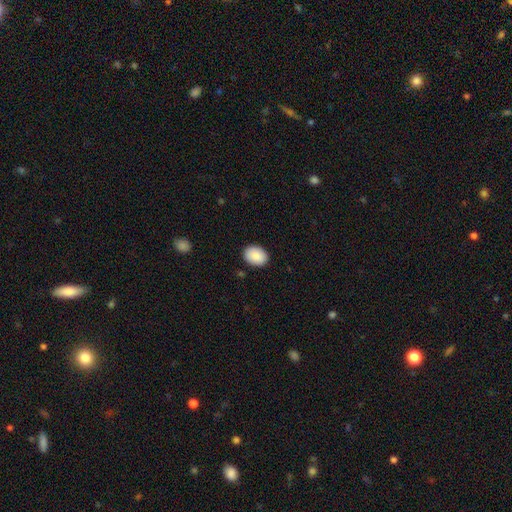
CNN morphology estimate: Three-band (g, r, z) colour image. It shows a smooth galaxy with no disk features (89%) that is in between round and cigar-shaped (74%). Merging: none (89%).